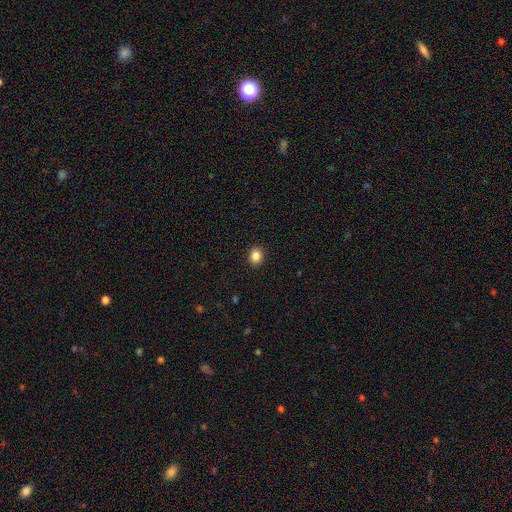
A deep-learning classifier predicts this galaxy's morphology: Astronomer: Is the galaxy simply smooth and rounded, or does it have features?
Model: smooth — 86%.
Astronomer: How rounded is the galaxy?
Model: round — 66%.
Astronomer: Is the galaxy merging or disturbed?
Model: none — 92%.